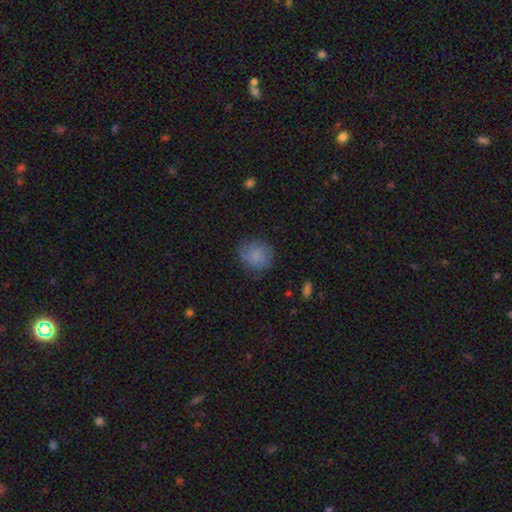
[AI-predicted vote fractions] smooth_or_featured: smooth (p=0.77) [alt: featured or disk p=0.13]
how_rounded: round (p=0.81) [alt: in between p=0.18]
merging: none (p=0.72) [alt: minor disturbance p=0.20]